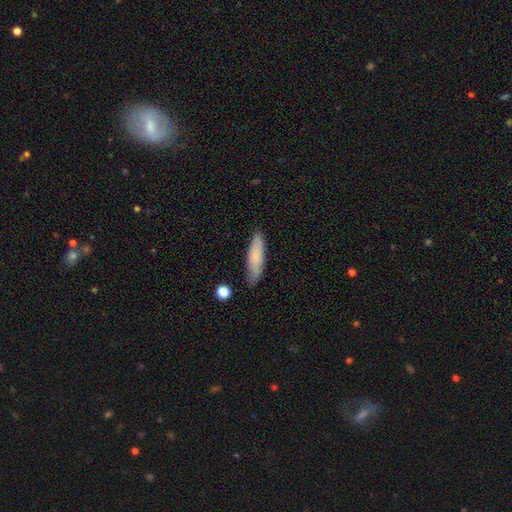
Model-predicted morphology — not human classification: type=smooth (80%); roundness=cigar-shaped (67%); merging=none (78%).